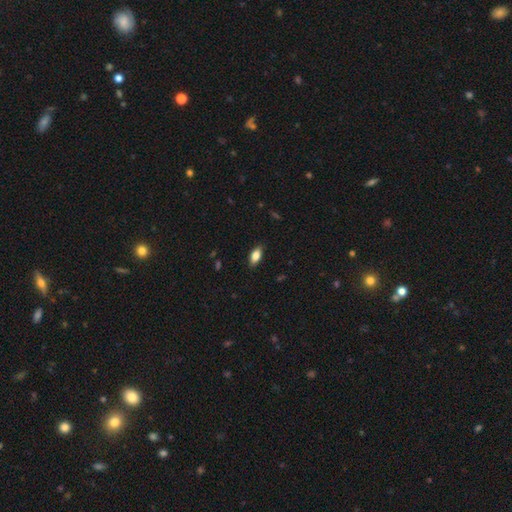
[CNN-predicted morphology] This appears to be a smooth galaxy with no disk features (79%) that is in between round and cigar-shaped (86%). Merging: none (86%).